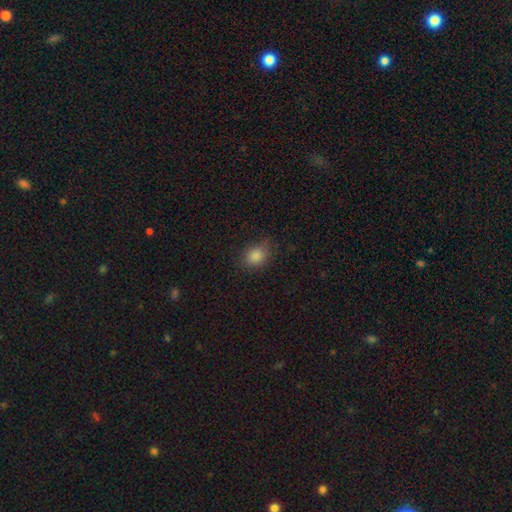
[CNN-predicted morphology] The model was most divided on "how rounded": in between: 58%, round: 41%, cigar-shaped: 1%. More confident: smooth or featured — smooth (83%); merging — none (74%).